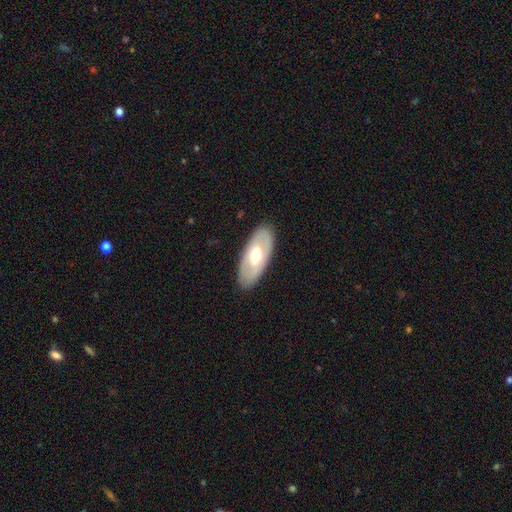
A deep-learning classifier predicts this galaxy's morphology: smooth 48%, featured or disk 47%, star or artifact 5%. Down the decision tree: merging — none (86%).